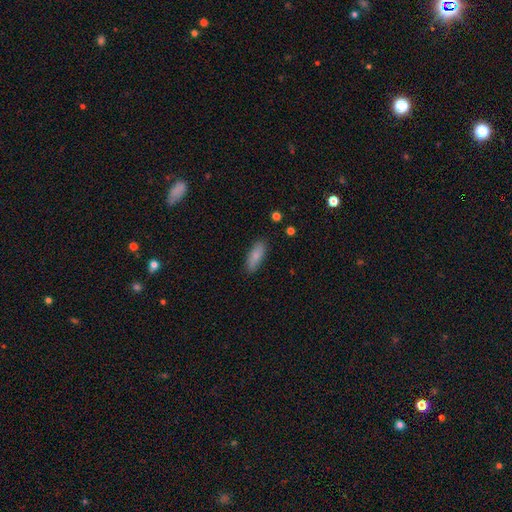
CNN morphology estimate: This appears to be a smooth galaxy with no disk features (84%) that is in between round and cigar-shaped (70%). Merging: none (86%).